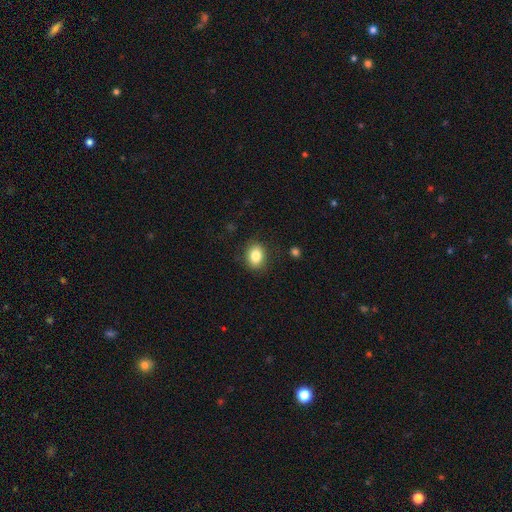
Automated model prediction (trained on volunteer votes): This is clearly a smooth galaxy (84%). How rounded: likely in between (61%). Merging: clearly none (85%).